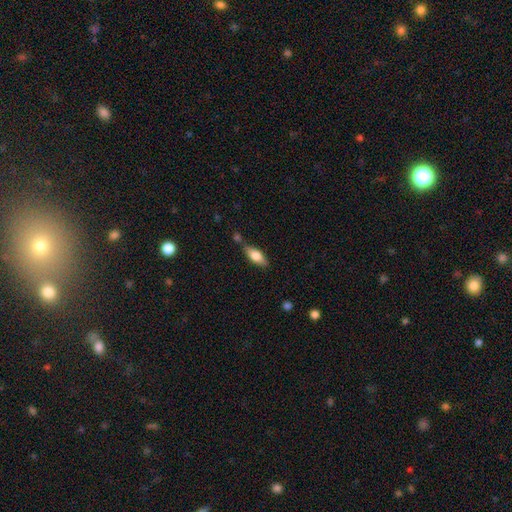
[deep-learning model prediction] Smooth or featured: smooth — 72% (featured or disk — 21%)
How rounded: in between — 72% (cigar-shaped — 25%)
Merging: none — 69% (minor disturbance — 17%)